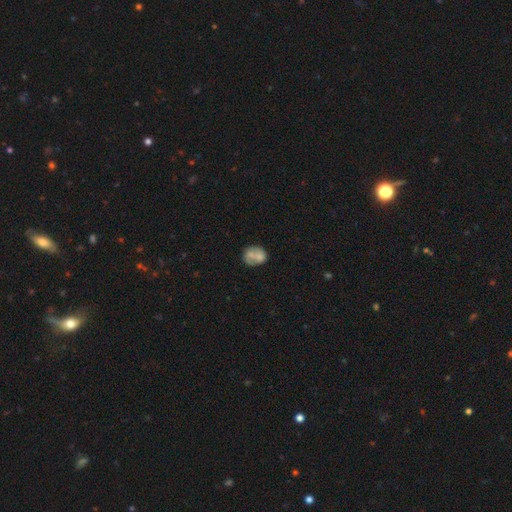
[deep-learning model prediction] smooth-or-featured: smooth: 61% | featured or disk: 30% | star or artifact: 8%
  how-rounded: round: 60% | in between: 39% | cigar-shaped: 1%
  merging: none: 45% | minor disturbance: 24% | merger: 20% | major disturbance: 11%